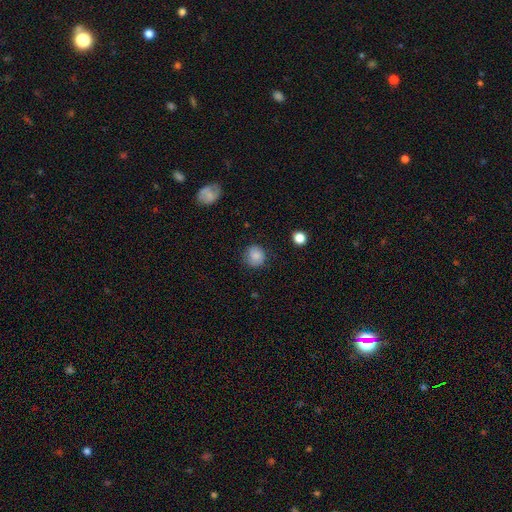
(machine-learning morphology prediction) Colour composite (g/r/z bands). It shows a smooth galaxy with no disk features (83%) that is round (86%). Merging: none (78%).